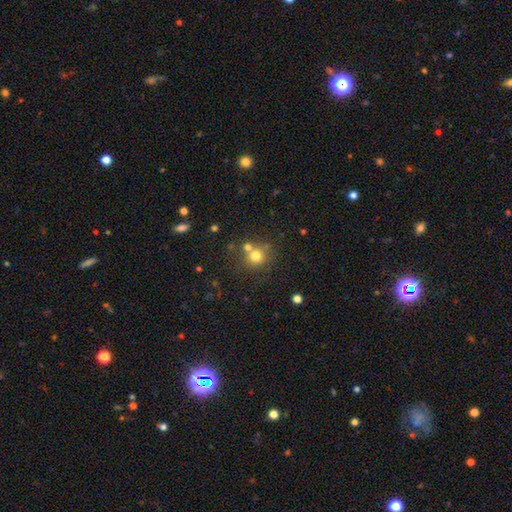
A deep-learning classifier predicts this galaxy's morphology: smooth 73%, star or artifact 15%, featured or disk 11%. Down the decision tree: how rounded — round (89%); merging — none (61%).